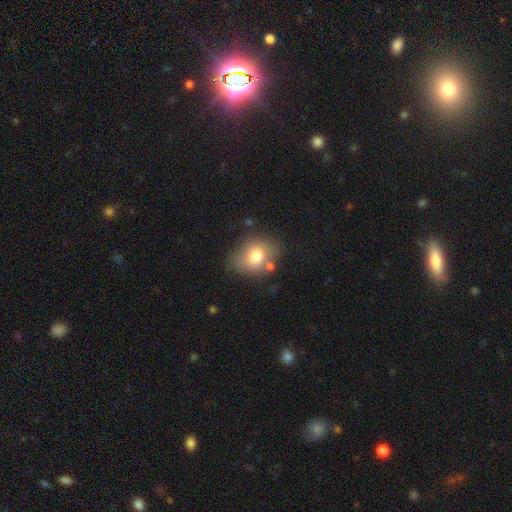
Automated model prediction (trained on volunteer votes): Smooth or featured? smooth (74%)
How rounded? in between (56%)
Merging? none (68%)